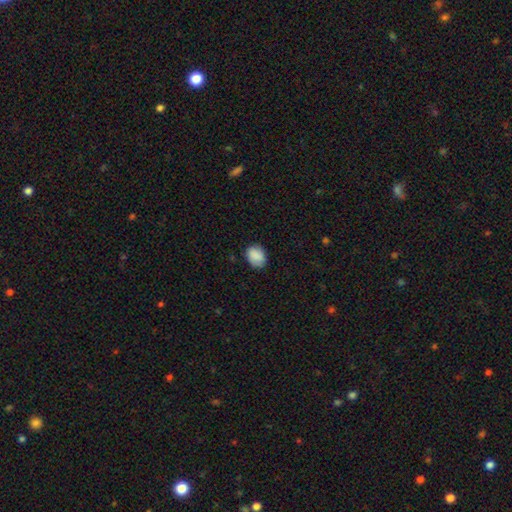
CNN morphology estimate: A smooth galaxy with no disk features (88%) that is in between round and cigar-shaped (58%). Merging: none (79%).